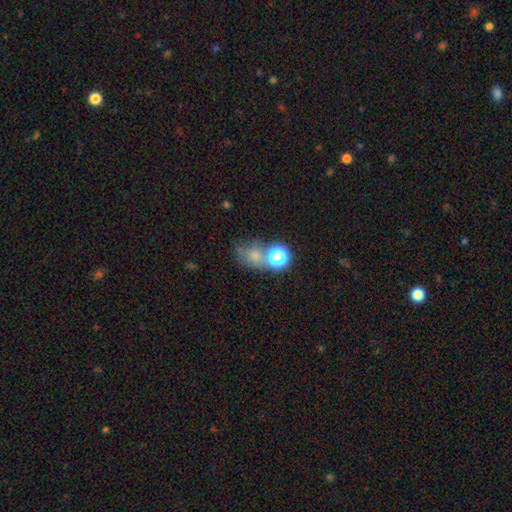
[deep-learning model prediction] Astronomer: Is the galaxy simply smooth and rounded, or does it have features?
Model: smooth — 65%.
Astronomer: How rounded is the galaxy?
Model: round — 62% (runner-up: in between, 37%).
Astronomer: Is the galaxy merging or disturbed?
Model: none — 43% (runner-up: merger, 33%).